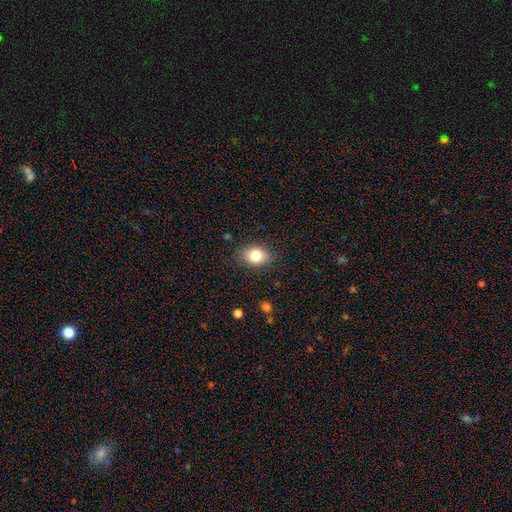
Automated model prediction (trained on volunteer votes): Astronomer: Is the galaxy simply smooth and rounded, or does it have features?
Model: smooth — 80%.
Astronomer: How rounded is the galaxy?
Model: in between — 66%.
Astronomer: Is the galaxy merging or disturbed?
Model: none — 85%.